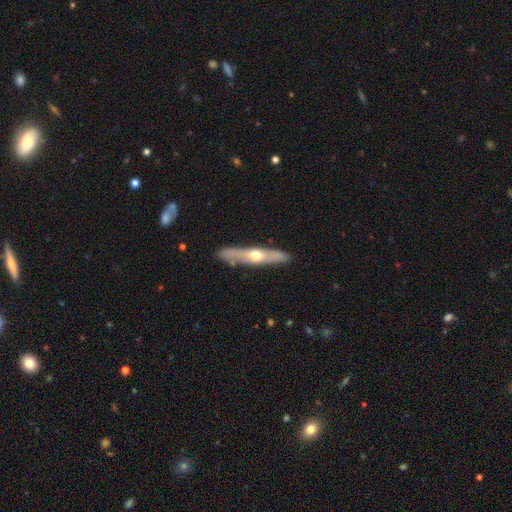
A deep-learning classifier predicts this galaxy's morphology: A featured or disk galaxy (57%) viewed edge-on (86%).

Vote fractions:
- Smooth or featured? featured or disk: 57% / smooth: 38% / star or artifact: 5%
- Edge-on disk? yes: 86% / no: 14%
- Merging? none: 86% / minor disturbance: 10% / major disturbance: 2% / merger: 2%